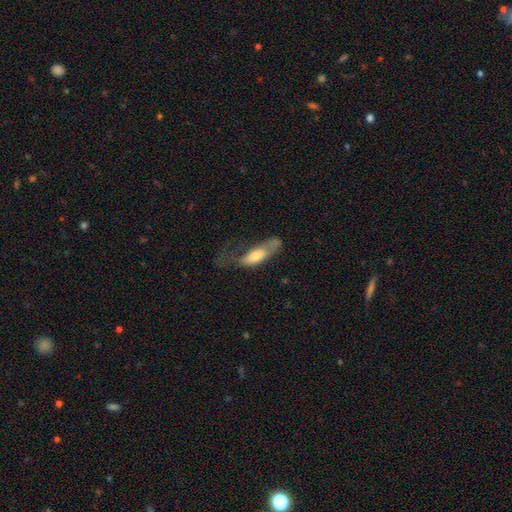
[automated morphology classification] A smooth galaxy with no disk features (61%) that is in between round and cigar-shaped (57%). Merging: major disturbance (44%).